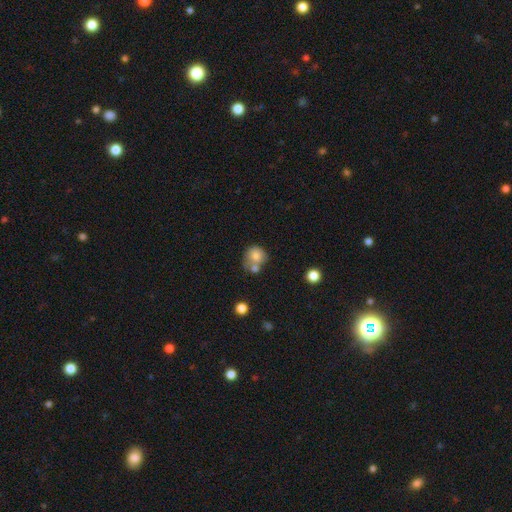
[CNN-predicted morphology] The model was most divided on "merging": none: 45%, merger: 36%, minor disturbance: 14%, major disturbance: 5%. More confident: how rounded — round (83%); smooth or featured — smooth (76%).